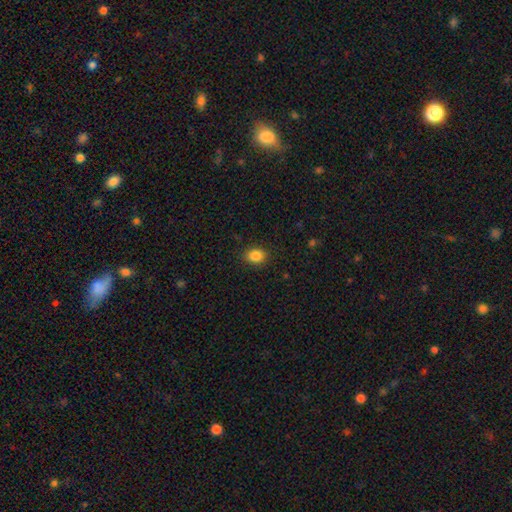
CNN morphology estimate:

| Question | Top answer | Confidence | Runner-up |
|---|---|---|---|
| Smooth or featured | smooth | 86% | star or artifact (10%) |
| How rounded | in between | 57% | round (42%) |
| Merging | none | 89% | minor disturbance (8%) |